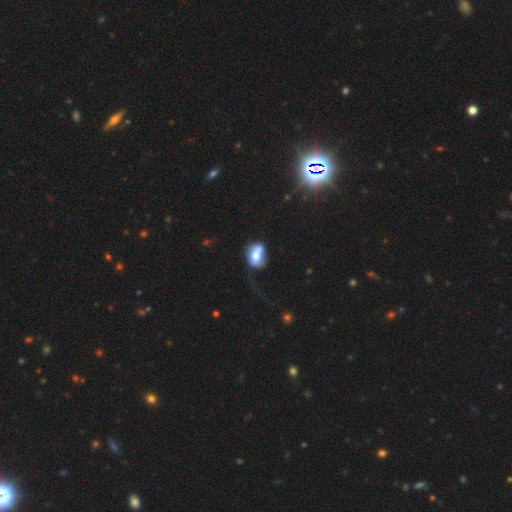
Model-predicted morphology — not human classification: Smooth or featured?
  - smooth: 63% *
  - featured or disk: 27%
  - star or artifact: 10%
How rounded?
  - in between: 61% *
  - round: 38%
  - cigar-shaped: 2%
Merging?
  - merger: 27% *
  - none: 26%
  - major disturbance: 25%
  - minor disturbance: 22%